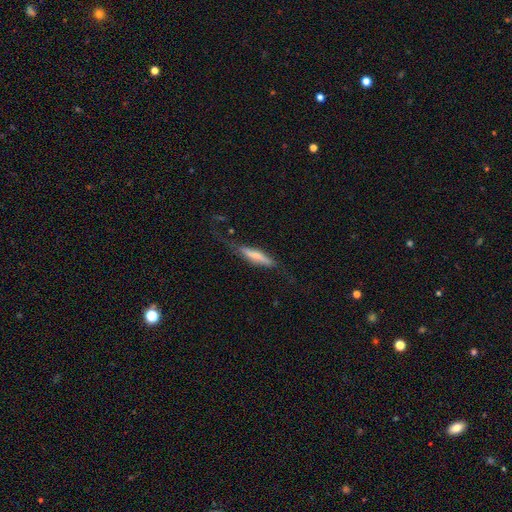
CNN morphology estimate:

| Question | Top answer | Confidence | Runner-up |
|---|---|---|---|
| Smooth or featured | smooth | 53% | featured or disk (41%) |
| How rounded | cigar-shaped | 83% | in between (15%) |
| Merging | none | 51% | minor disturbance (25%) |